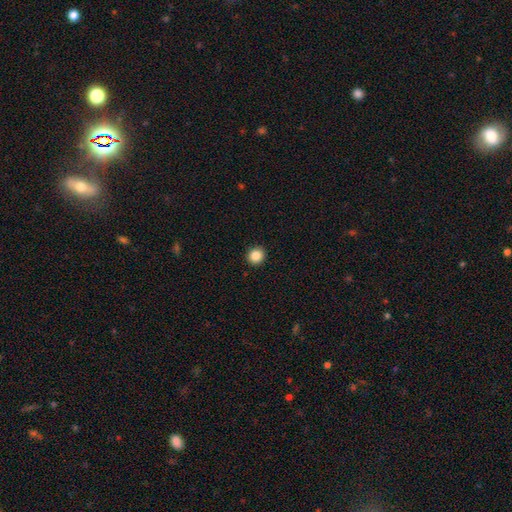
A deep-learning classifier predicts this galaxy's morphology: Smooth or featured? Predicted: smooth (p=0.85). How rounded? Predicted: round (p=0.89). Merging? Predicted: none (p=0.93).